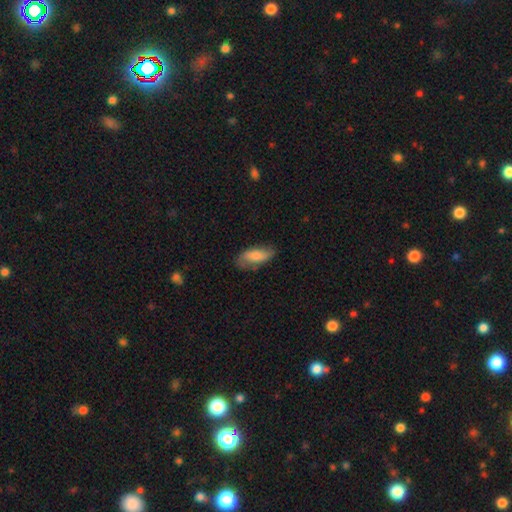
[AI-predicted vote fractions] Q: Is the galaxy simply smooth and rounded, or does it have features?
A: smooth — 69%.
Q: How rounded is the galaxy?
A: in between — 80%.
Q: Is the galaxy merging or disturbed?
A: none — 67%.